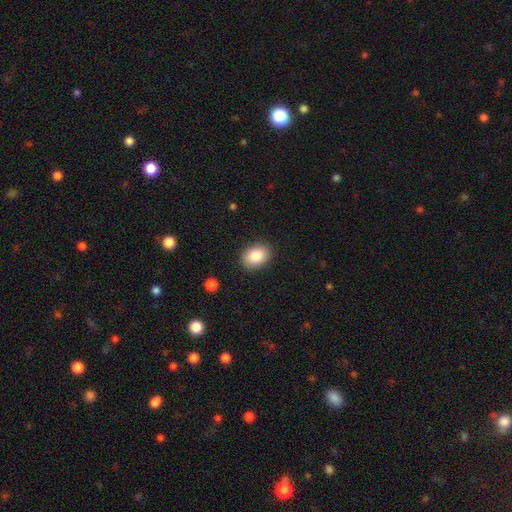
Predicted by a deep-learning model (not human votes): smooth_or_featured: smooth (p=0.85) [alt: star or artifact p=0.08]
how_rounded: in between (p=0.78) [alt: round p=0.21]
merging: none (p=0.88) [alt: minor disturbance p=0.09]